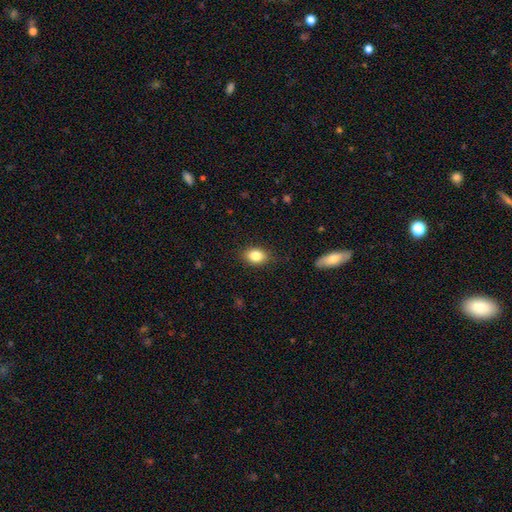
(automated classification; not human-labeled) A smooth galaxy with no disk features (84%) that is in between round and cigar-shaped (78%).

Vote fractions:
- Smooth or featured? smooth: 84% / star or artifact: 8% / featured or disk: 7%
- How rounded? in between: 78% / round: 21% / cigar-shaped: 1%
- Merging? none: 86% / minor disturbance: 11% / major disturbance: 3% / merger: 1%